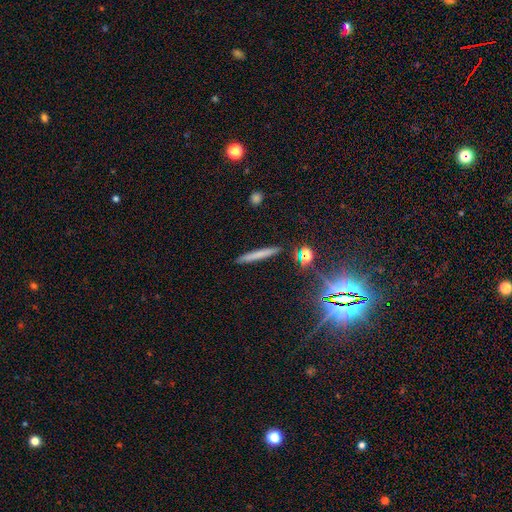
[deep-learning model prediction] Smooth or featured? Predicted: smooth (p=0.61). How rounded? Predicted: cigar-shaped (p=0.94). Merging? Predicted: none (p=0.89).